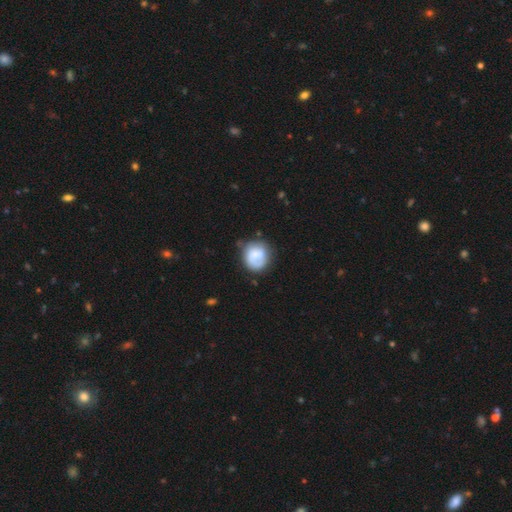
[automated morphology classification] smooth-or-featured: smooth: 63% | featured or disk: 29% | star or artifact: 7%
  how-rounded: round: 75% | in between: 24% | cigar-shaped: 1%
  merging: none: 56% | minor disturbance: 27% | major disturbance: 12% | merger: 5%